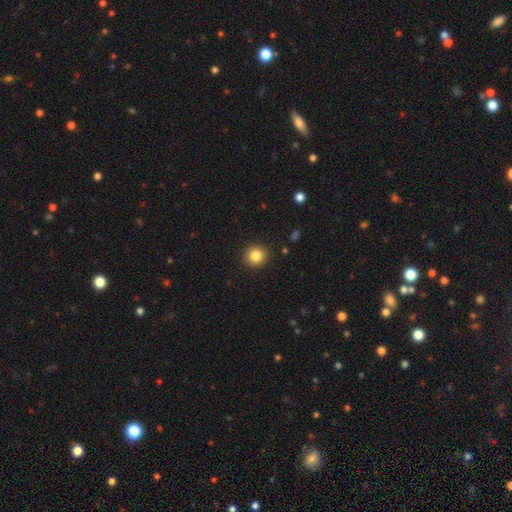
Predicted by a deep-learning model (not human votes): This is clearly a smooth galaxy (84%). How rounded: clearly round (93%). Merging: clearly none (92%).